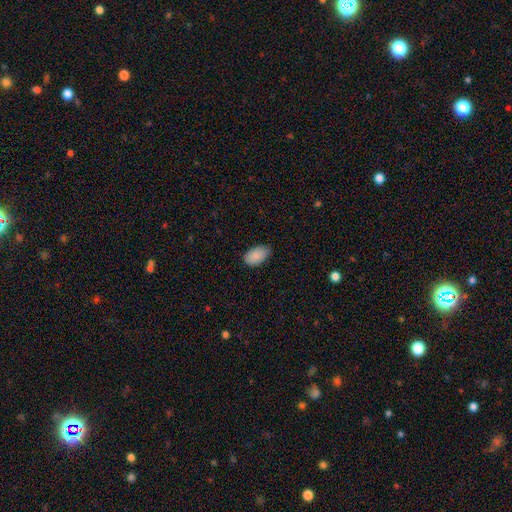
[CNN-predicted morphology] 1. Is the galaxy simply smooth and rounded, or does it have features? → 88% smooth, 7% star or artifact, 5% featured or disk.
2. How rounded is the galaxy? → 94% in between, 5% round, 1% cigar-shaped.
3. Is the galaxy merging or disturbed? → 75% none, 22% minor disturbance, 3% major disturbance, 1% merger.